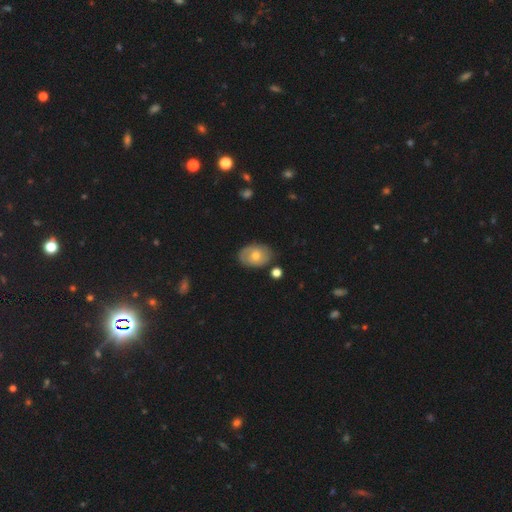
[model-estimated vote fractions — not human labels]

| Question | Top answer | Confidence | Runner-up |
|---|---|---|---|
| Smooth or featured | smooth | 52% | featured or disk (40%) |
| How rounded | in between | 72% | round (26%) |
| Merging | none | 75% | minor disturbance (18%) |